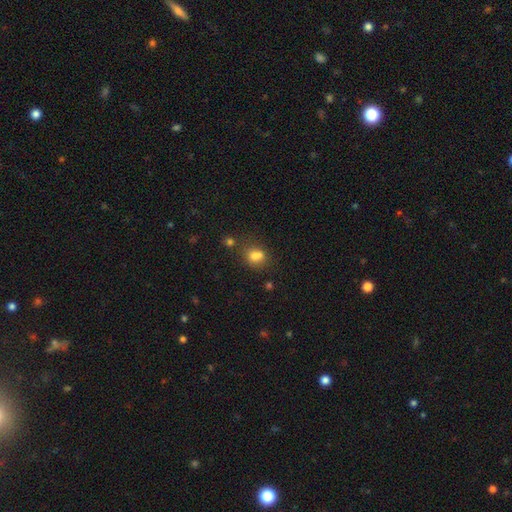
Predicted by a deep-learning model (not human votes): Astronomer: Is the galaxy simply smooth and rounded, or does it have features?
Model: smooth — 73%.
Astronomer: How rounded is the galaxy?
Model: round — 62% (runner-up: in between, 37%).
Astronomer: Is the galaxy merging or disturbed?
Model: merger — 46% (runner-up: none, 39%).